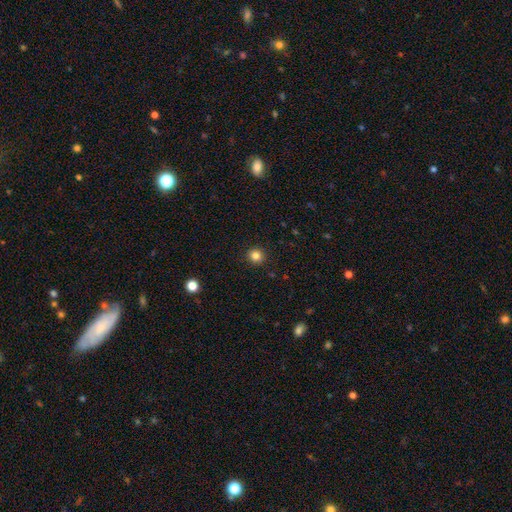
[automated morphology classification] smooth 83%, star or artifact 12%, featured or disk 5%. Down the decision tree: how rounded — round (94%); merging — none (92%).